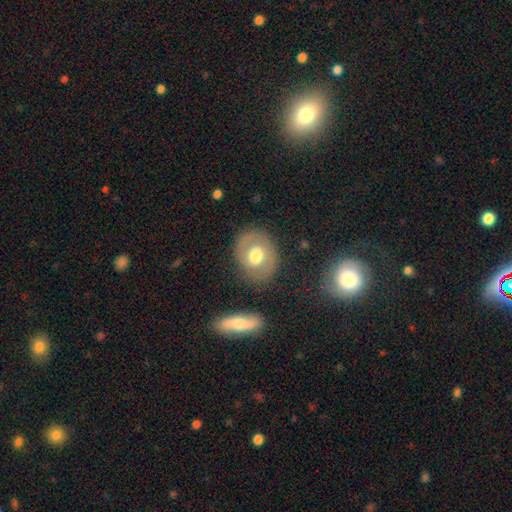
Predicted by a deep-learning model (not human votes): smooth_or_featured: smooth (p=0.51) [alt: featured or disk p=0.42]
how_rounded: round (p=0.53) [alt: in between p=0.46]
merging: none (p=0.80) [alt: minor disturbance p=0.12]